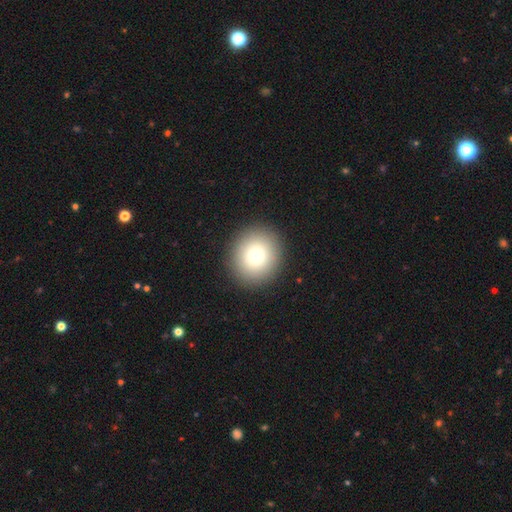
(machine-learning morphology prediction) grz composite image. It shows a smooth galaxy with no disk features (78%) that is round (85%). Merging: none (92%).